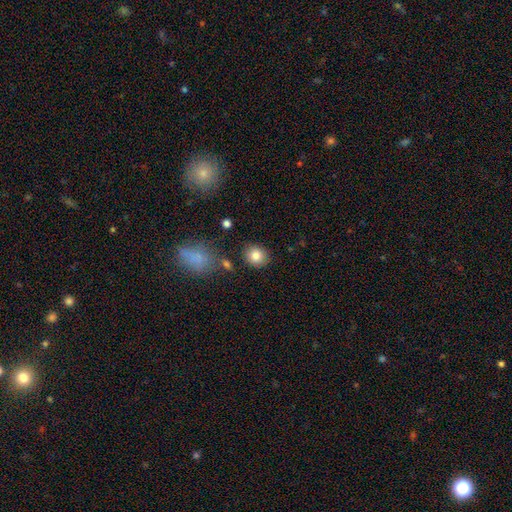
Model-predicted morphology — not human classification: Smooth or featured: smooth — 83% (star or artifact — 9%)
How rounded: round — 80% (in between — 19%)
Merging: none — 84% (minor disturbance — 9%)